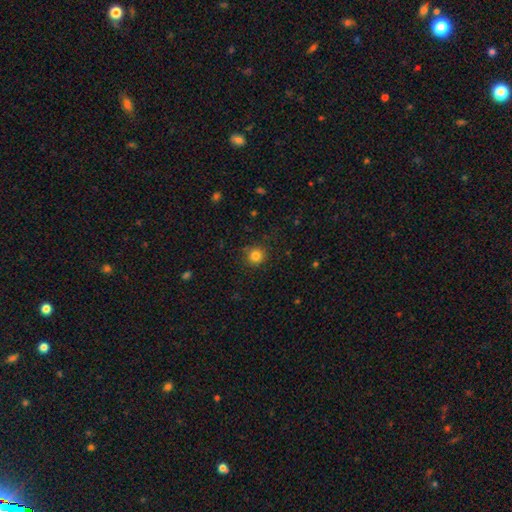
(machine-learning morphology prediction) Smooth or featured? smooth (83%)
How rounded? round (93%)
Merging? none (88%)